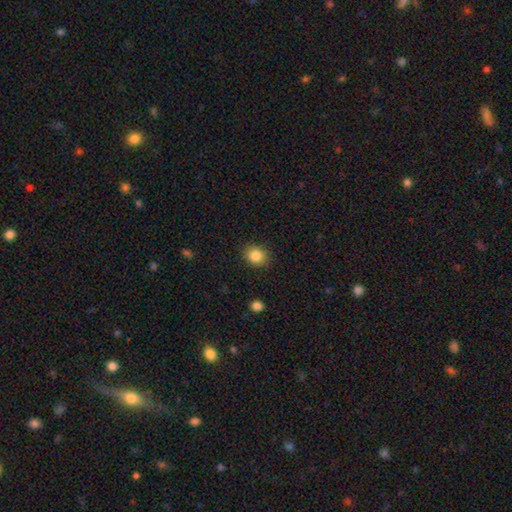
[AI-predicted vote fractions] Smooth or featured: smooth — 84% (star or artifact — 10%)
How rounded: round — 70% (in between — 29%)
Merging: none — 88% (minor disturbance — 9%)